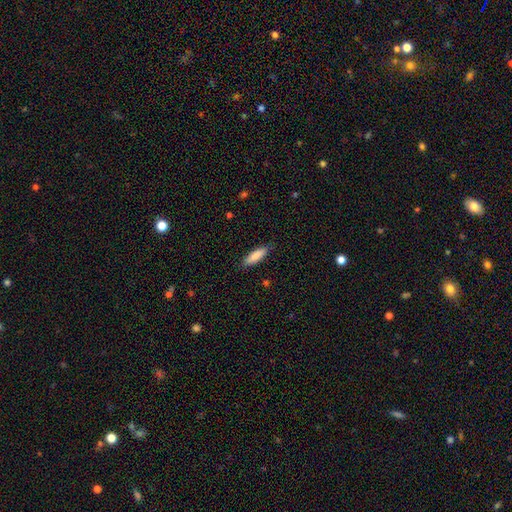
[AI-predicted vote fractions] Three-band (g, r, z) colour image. It shows a smooth galaxy with no disk features (84%) that is cigar-shaped (61%). Merging: none (86%).